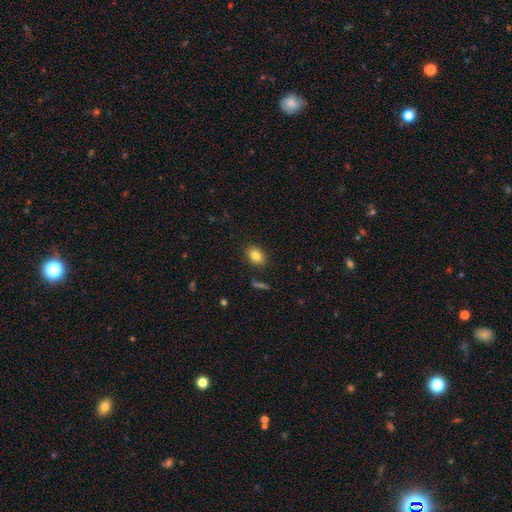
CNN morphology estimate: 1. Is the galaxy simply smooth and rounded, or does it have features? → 82% smooth, 9% star or artifact, 8% featured or disk.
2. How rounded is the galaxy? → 77% in between, 21% round, 1% cigar-shaped.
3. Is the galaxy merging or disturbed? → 86% none, 9% minor disturbance, 2% major disturbance, 2% merger.